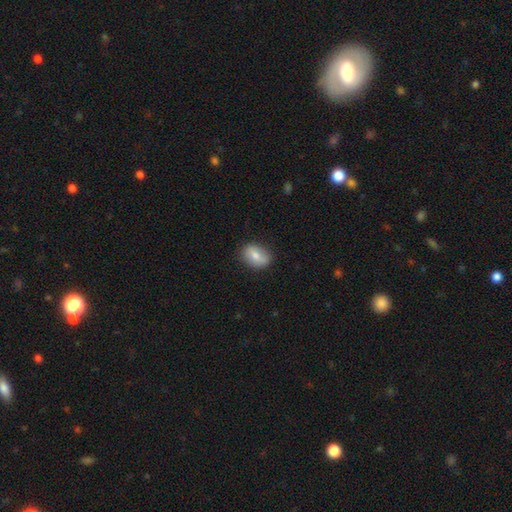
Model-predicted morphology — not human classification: Q: Smooth or featured?
A: smooth (67%); runner-up: featured or disk (26%)
Q: How rounded?
A: in between (71%); runner-up: round (27%)
Q: Merging?
A: none (80%); runner-up: minor disturbance (16%)